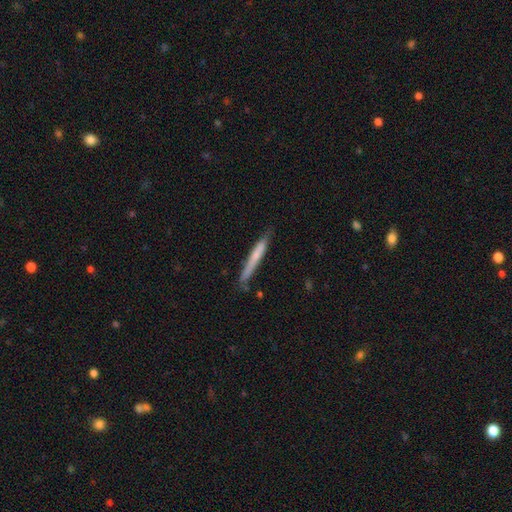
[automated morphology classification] smooth_or_featured: smooth (p=0.59) [alt: featured or disk p=0.36]
how_rounded: cigar-shaped (p=0.96) [alt: in between p=0.03]
merging: none (p=0.78) [alt: minor disturbance p=0.17]